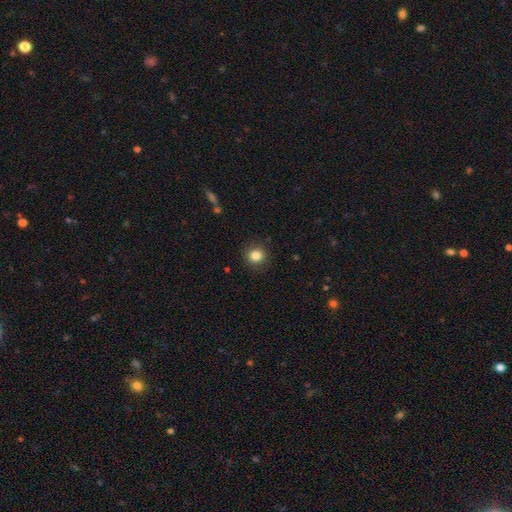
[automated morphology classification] The model was most divided on "smooth or featured": smooth: 84%, star or artifact: 11%, featured or disk: 5%. More confident: how rounded — round (90%); merging — none (90%).